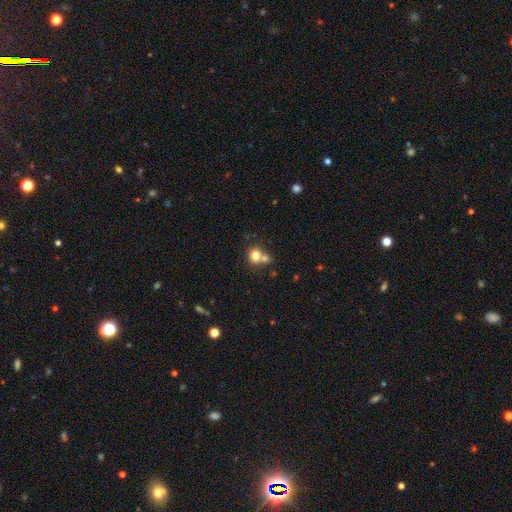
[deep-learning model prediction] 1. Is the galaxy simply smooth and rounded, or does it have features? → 78% smooth, 12% star or artifact, 10% featured or disk.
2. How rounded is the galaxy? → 79% round, 20% in between, 1% cigar-shaped.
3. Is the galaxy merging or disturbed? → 46% none, 42% merger, 8% minor disturbance, 4% major disturbance.